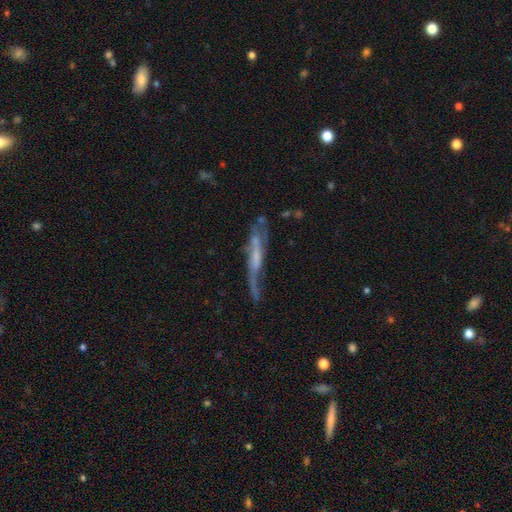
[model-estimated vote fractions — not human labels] The model was most divided on "edge-on disk": yes: 58%, no: 42%. Remaining: smooth or featured — featured or disk (65%); merging — none (47%).